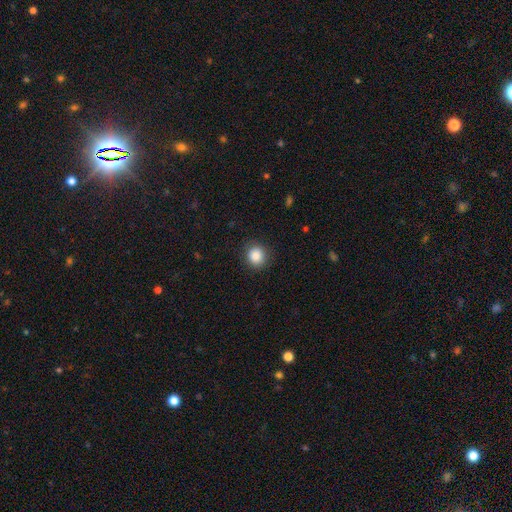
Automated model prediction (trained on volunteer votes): Overall: smooth (87%). How rounded: round (87%). Merging: none (88%).